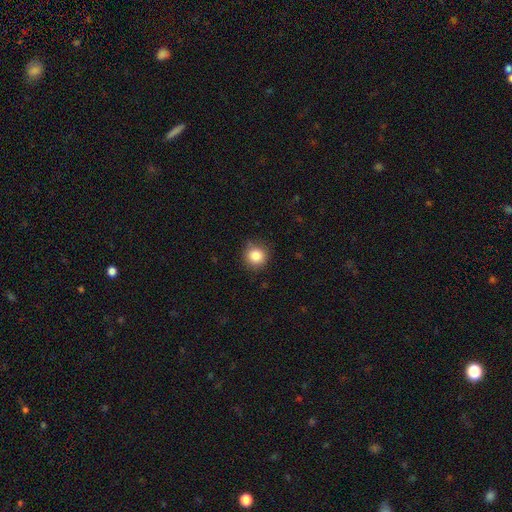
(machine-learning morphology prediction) Smooth or featured?
  - smooth: 85% *
  - star or artifact: 10%
  - featured or disk: 5%
How rounded?
  - round: 91% *
  - in between: 8%
  - cigar-shaped: 1%
Merging?
  - none: 83% *
  - minor disturbance: 13%
  - major disturbance: 3%
  - merger: 1%